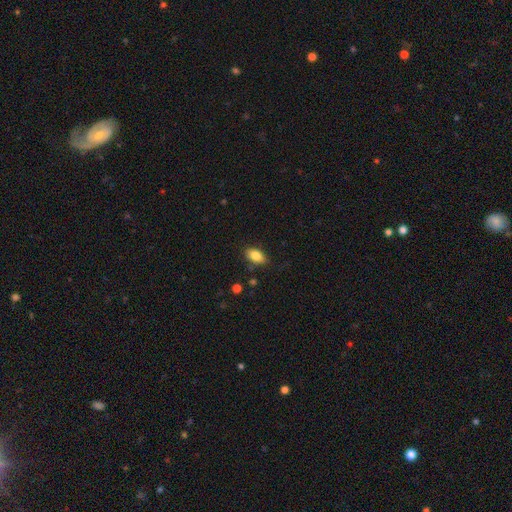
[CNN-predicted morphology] smooth-or-featured: smooth: 83% | featured or disk: 9% | star or artifact: 8%
  how-rounded: in between: 90% | round: 7% | cigar-shaped: 3%
  merging: none: 83% | minor disturbance: 13% | major disturbance: 3% | merger: 2%